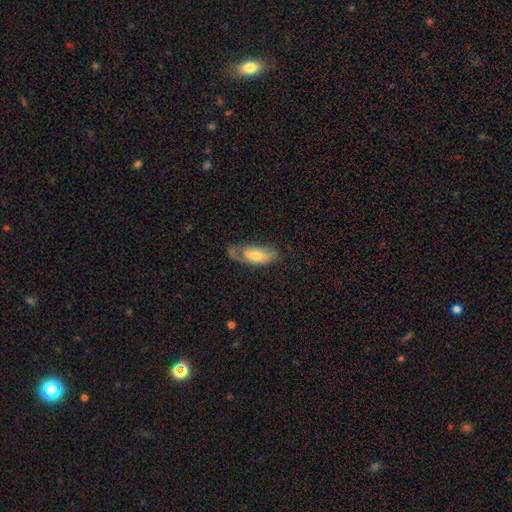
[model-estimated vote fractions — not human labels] A smooth galaxy with no disk features (53%) that is in between round and cigar-shaped (83%). Merging: none (35%).